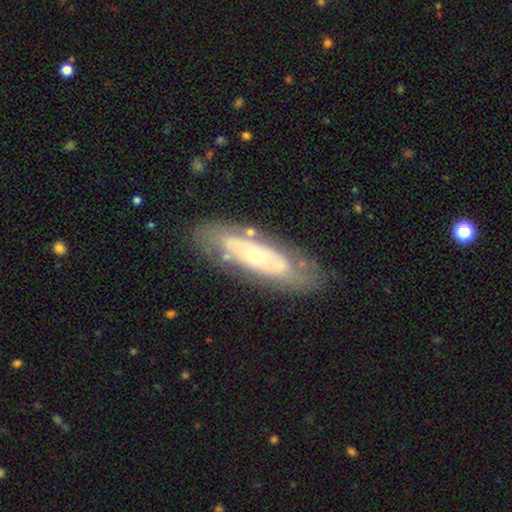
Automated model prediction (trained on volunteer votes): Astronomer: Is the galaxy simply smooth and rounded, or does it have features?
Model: featured or disk — 69%.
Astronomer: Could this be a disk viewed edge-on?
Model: no — 81%.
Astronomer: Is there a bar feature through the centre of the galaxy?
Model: no — 84%.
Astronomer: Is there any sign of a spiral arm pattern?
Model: no — 61% (runner-up: yes, 39%).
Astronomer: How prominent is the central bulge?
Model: small — 51% (runner-up: moderate, 44%).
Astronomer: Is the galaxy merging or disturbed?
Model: none — 75%.